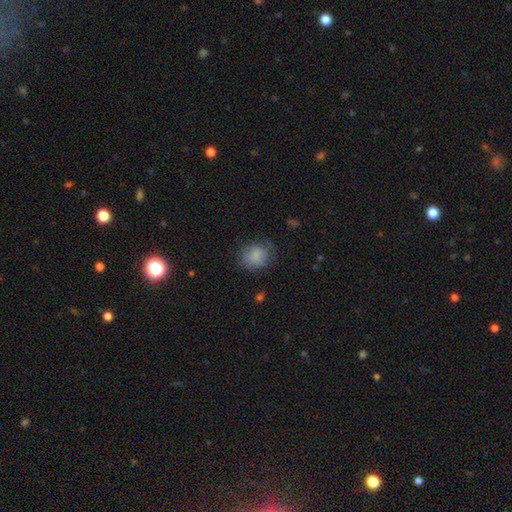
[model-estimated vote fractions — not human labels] smooth 79%, featured or disk 12%, star or artifact 9%. Down the decision tree: how rounded — round (63%); merging — none (63%).